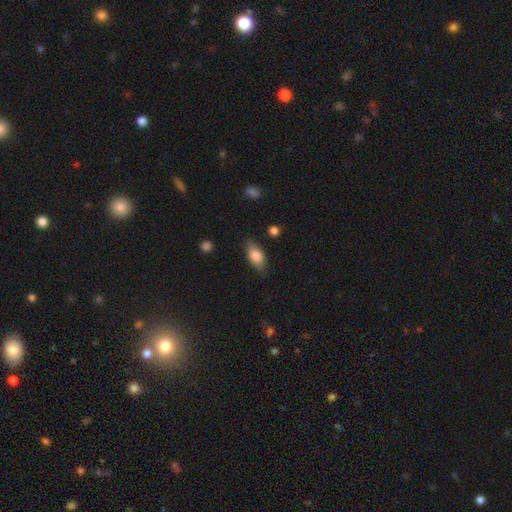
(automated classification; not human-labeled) This appears to be a smooth galaxy with no disk features (81%) that is in between round and cigar-shaped (88%). Merging: none (82%).